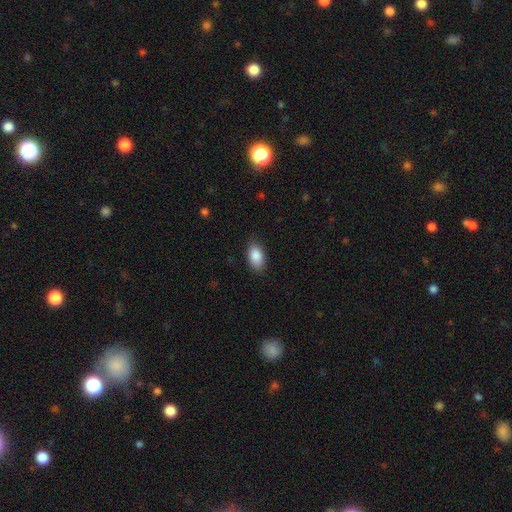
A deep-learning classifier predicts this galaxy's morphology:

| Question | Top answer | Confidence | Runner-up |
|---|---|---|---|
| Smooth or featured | smooth | 88% | star or artifact (7%) |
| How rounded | in between | 92% | round (5%) |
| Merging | none | 83% | minor disturbance (13%) |